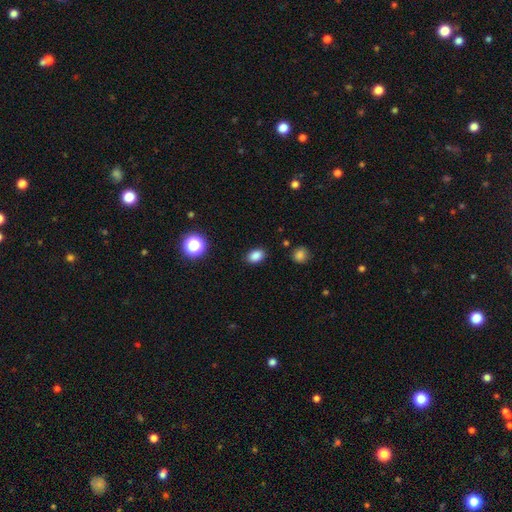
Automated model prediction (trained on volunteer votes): This is clearly a smooth galaxy (85%). How rounded: likely in between (75%). Merging: clearly none (87%).